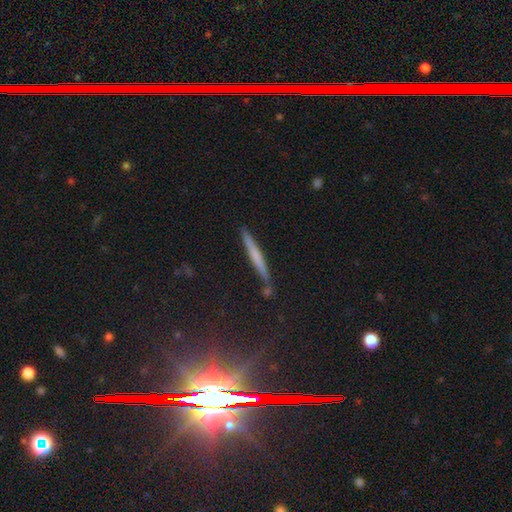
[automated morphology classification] smooth-or-featured: smooth: 48% | featured or disk: 43% | star or artifact: 9%
  merging: none: 86% | minor disturbance: 10% | merger: 3% | major disturbance: 2%